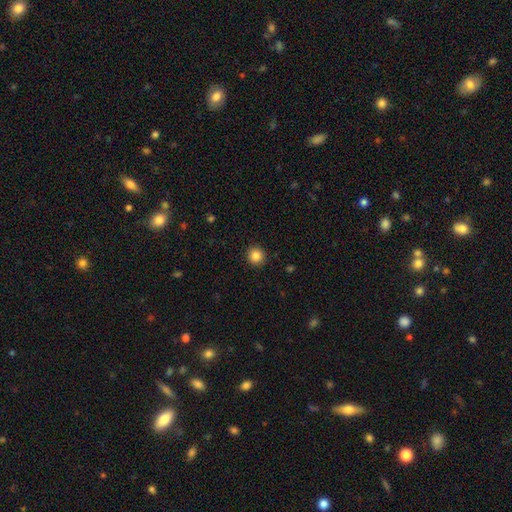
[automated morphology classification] A smooth galaxy with no disk features (86%) that is round (94%).

Vote fractions:
- Smooth or featured? smooth: 86% / star or artifact: 10% / featured or disk: 4%
- How rounded? round: 94% / in between: 5% / cigar-shaped: 1%
- Merging? none: 92% / minor disturbance: 5% / major disturbance: 2% / merger: 1%